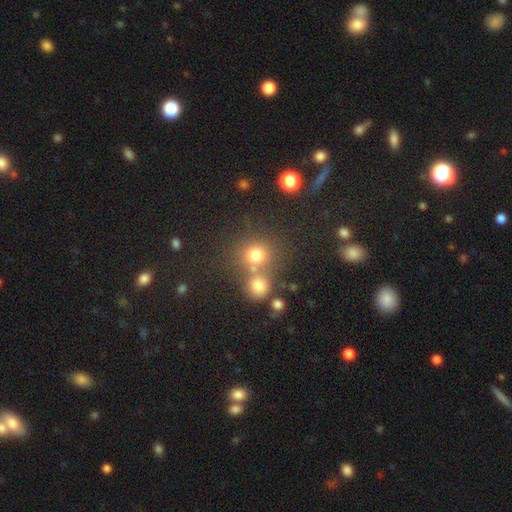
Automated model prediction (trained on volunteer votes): Smooth or featured?
  - smooth: 74% *
  - star or artifact: 17%
  - featured or disk: 9%
How rounded?
  - round: 85% *
  - in between: 14%
  - cigar-shaped: 1%
Merging?
  - none: 57% *
  - merger: 31%
  - minor disturbance: 8%
  - major disturbance: 4%